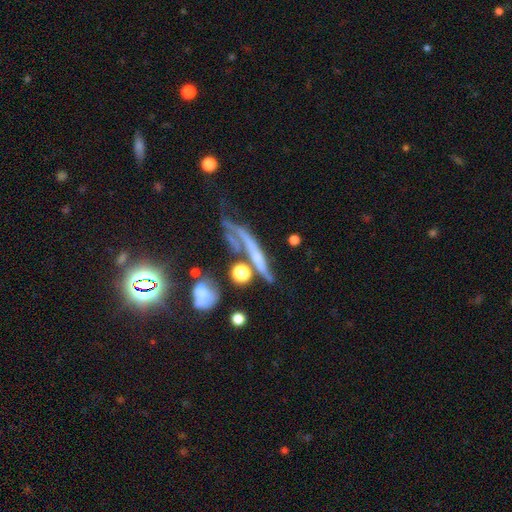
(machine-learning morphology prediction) featured or disk 55%, smooth 28%, star or artifact 16%. Down the decision tree: edge-on disk — yes (69%); merging — none (35%).